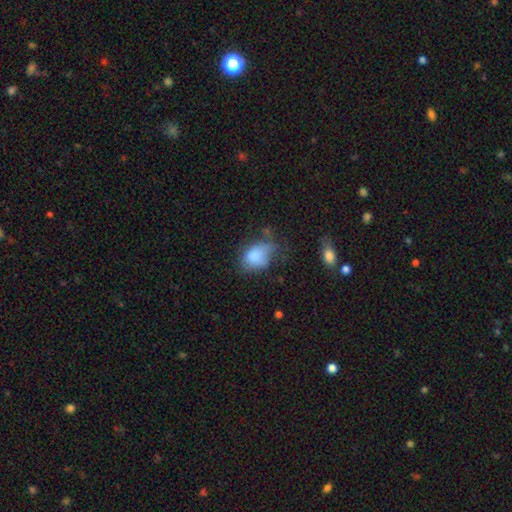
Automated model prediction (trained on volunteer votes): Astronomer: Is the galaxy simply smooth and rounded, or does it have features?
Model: smooth — 76%.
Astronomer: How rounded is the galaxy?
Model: in between — 75%.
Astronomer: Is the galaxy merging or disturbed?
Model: minor disturbance — 34% (runner-up: none, 30%).